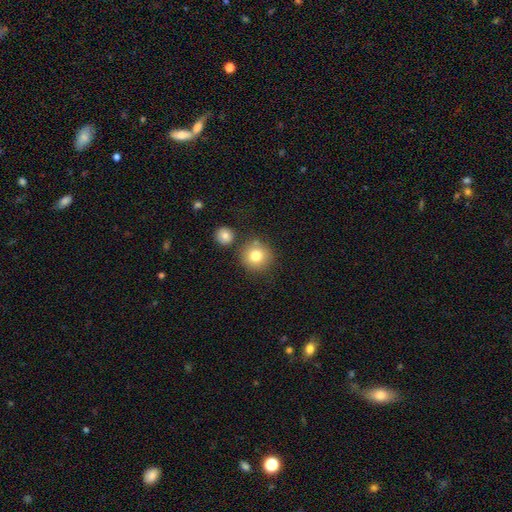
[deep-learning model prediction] This is likely a smooth galaxy (80%). How rounded: clearly round (93%). Merging: likely none (76%).